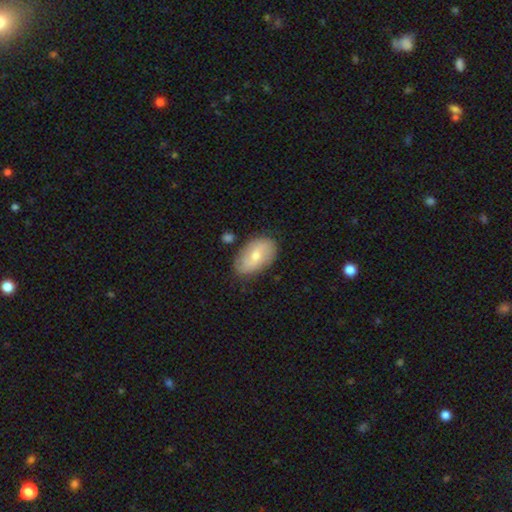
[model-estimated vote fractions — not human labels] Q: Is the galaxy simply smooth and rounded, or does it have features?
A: smooth — 50%.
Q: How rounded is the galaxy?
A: in between — 91%.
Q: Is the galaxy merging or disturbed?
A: none — 79%.